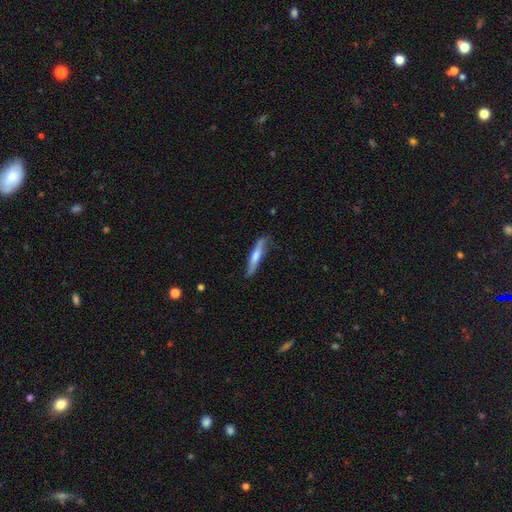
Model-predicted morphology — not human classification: Smooth or featured? smooth (50%)
Merging? none (75%)